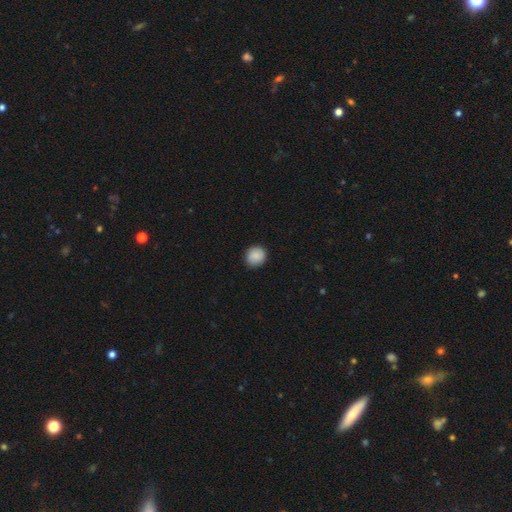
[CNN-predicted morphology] smooth_or_featured: smooth (p=0.86) [alt: star or artifact p=0.08]
how_rounded: round (p=0.89) [alt: in between p=0.10]
merging: none (p=0.88) [alt: minor disturbance p=0.09]